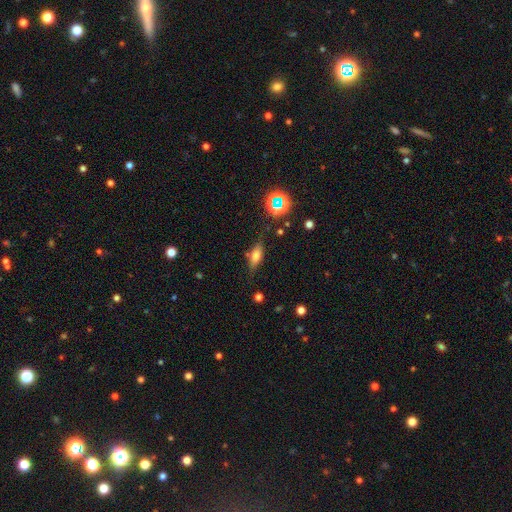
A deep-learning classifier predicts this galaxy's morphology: Smooth or featured?
  - smooth: 64% *
  - featured or disk: 23%
  - star or artifact: 13%
How rounded?
  - in between: 69% *
  - cigar-shaped: 26%
  - round: 6%
Merging?
  - none: 73% *
  - minor disturbance: 17%
  - major disturbance: 5%
  - merger: 5%